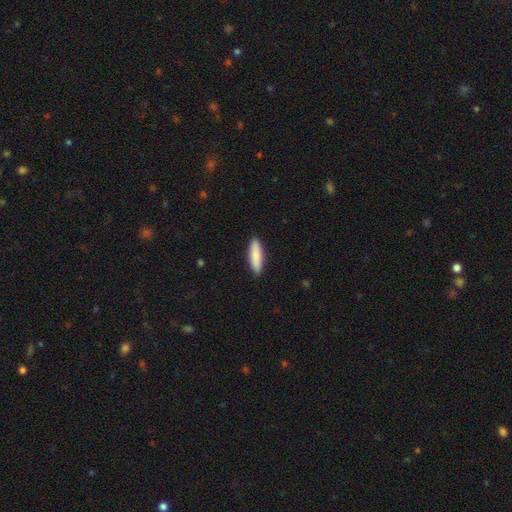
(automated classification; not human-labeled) smooth-or-featured: smooth: 86% | featured or disk: 9% | star or artifact: 5%
  how-rounded: cigar-shaped: 64% | in between: 34% | round: 2%
  merging: none: 90% | minor disturbance: 8% | major disturbance: 2% | merger: 1%